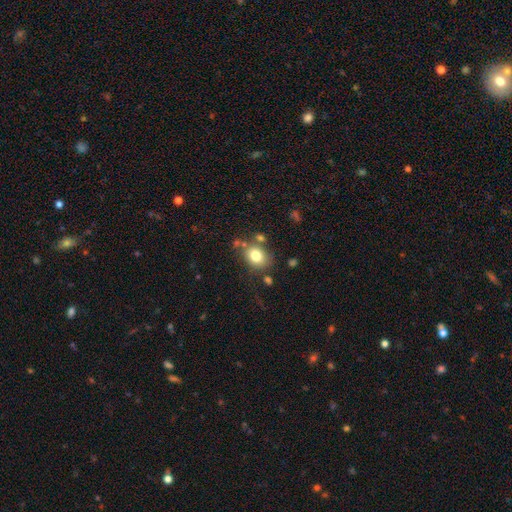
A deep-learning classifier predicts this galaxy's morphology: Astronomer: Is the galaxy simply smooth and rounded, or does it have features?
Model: smooth — 79%.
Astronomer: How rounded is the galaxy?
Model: in between — 52% (runner-up: round, 47%).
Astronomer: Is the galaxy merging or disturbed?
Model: none — 70%.